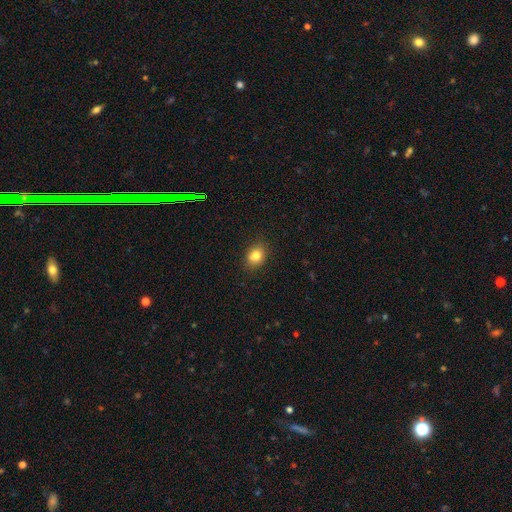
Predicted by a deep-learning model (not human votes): This appears to be a smooth galaxy with no disk features (82%) that is in between round and cigar-shaped (55%). Merging: none (86%).